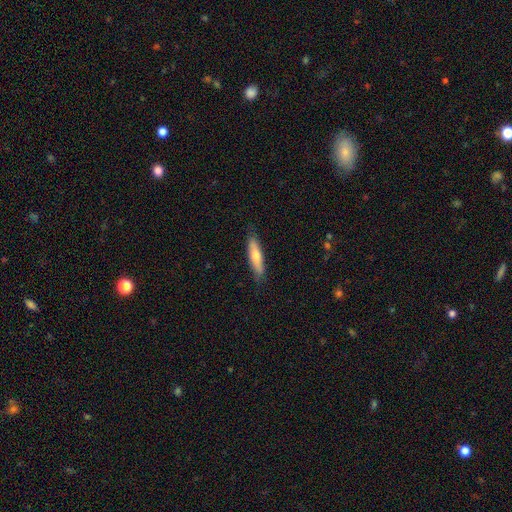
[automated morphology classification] Smooth or featured: smooth — 60% (featured or disk — 34%)
How rounded: cigar-shaped — 78% (in between — 20%)
Merging: none — 85% (minor disturbance — 12%)